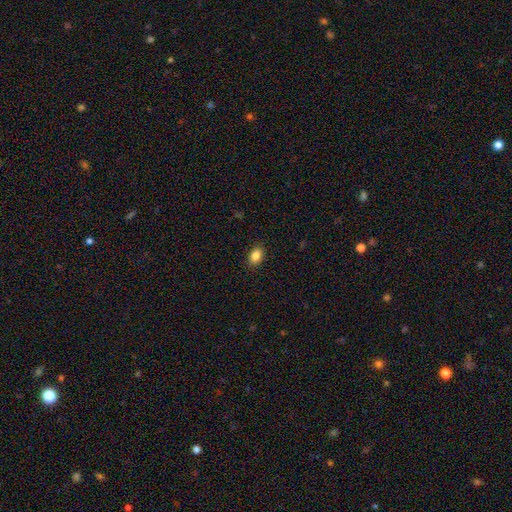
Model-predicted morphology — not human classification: smooth-or-featured: smooth: 86% | star or artifact: 9% | featured or disk: 5%
  how-rounded: in between: 81% | round: 18% | cigar-shaped: 1%
  merging: none: 89% | minor disturbance: 8% | major disturbance: 2% | merger: 1%